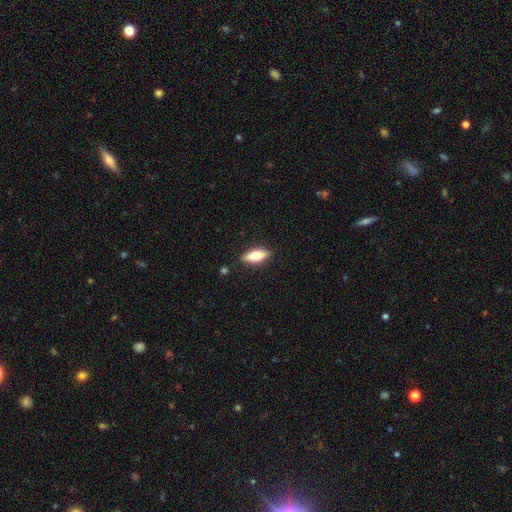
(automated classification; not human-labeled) Q: Smooth or featured?
A: smooth (57%); runner-up: featured or disk (36%)
Q: How rounded?
A: in between (65%); runner-up: cigar-shaped (31%)
Q: Merging?
A: none (87%); runner-up: minor disturbance (10%)